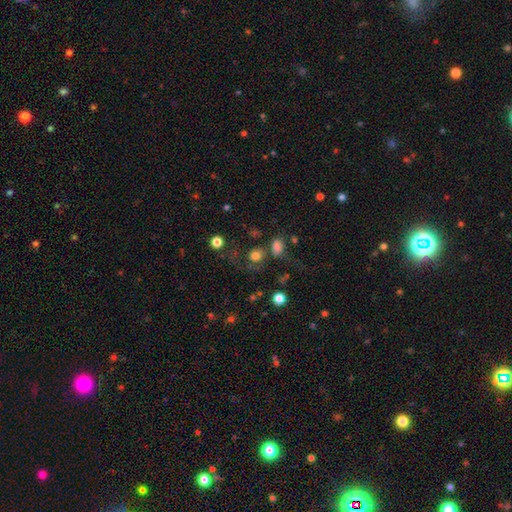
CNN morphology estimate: smooth_or_featured: smooth (p=0.74) [alt: star or artifact p=0.15]
how_rounded: round (p=0.77) [alt: in between p=0.22]
merging: none (p=0.54) [alt: major disturbance p=0.16]